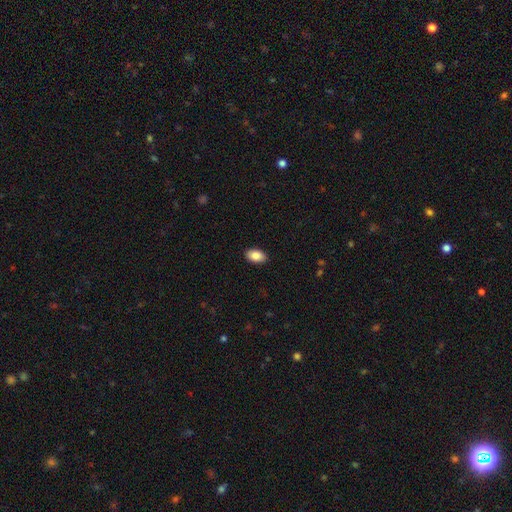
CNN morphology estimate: Smooth or featured: smooth — 87% (star or artifact — 7%)
How rounded: in between — 93% (round — 6%)
Merging: none — 90% (minor disturbance — 7%)